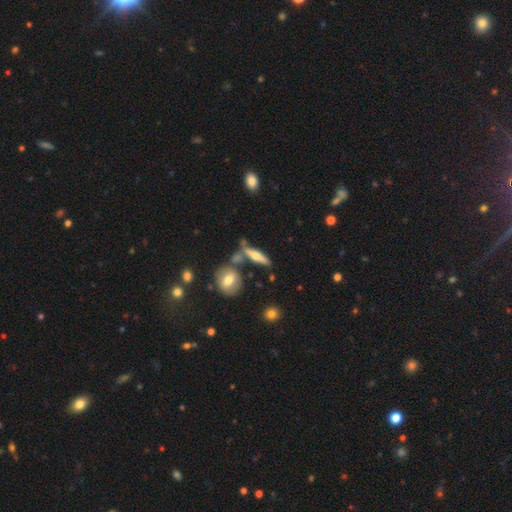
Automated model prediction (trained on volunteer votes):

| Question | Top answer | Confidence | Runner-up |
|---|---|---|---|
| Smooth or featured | featured or disk | 50% | smooth (42%) |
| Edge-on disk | yes | 88% | no (12%) |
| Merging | none | 64% | merger (18%) |